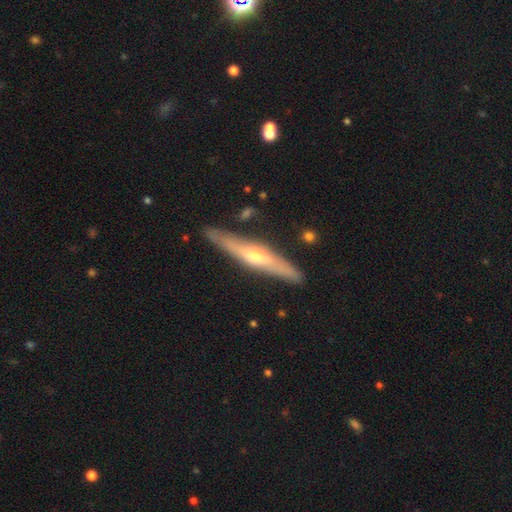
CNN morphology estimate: Q: Smooth or featured?
A: featured or disk (67%); runner-up: smooth (27%)
Q: Edge-on disk?
A: yes (91%); runner-up: no (9%)
Q: Edge-on bulge?
A: rounded (84%); runner-up: none (11%)
Q: Merging?
A: none (85%); runner-up: minor disturbance (11%)